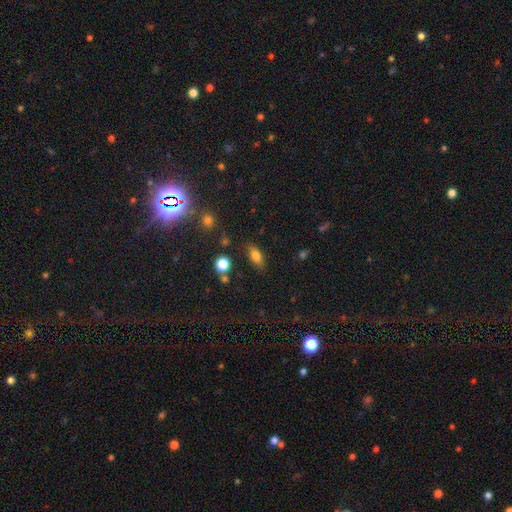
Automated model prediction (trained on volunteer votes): Smooth or featured? smooth (78%)
How rounded? in between (80%)
Merging? none (81%)